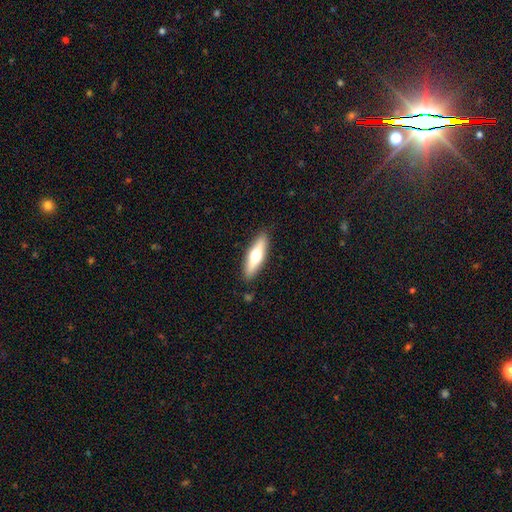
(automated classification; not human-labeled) This is possibly a smooth galaxy (50%). How rounded: possibly cigar-shaped (59%). Merging: clearly none (88%).